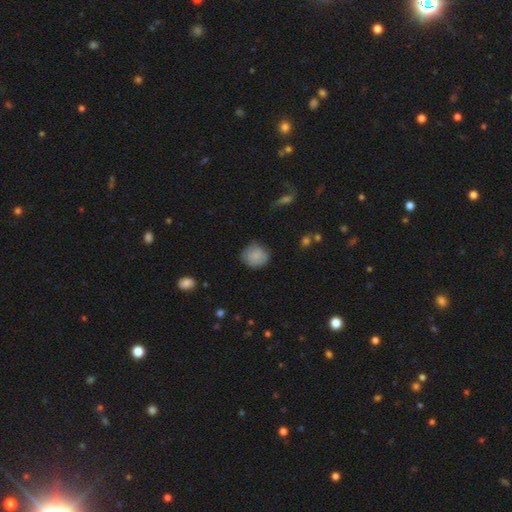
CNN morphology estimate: Overall: smooth (83%). How rounded: round (85%). Merging: none (77%).